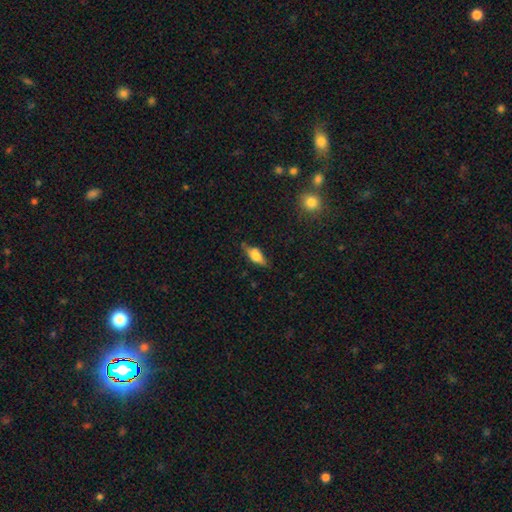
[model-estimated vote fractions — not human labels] A smooth galaxy with no disk features (63%) that is in between round and cigar-shaped (76%). Merging: none (68%).